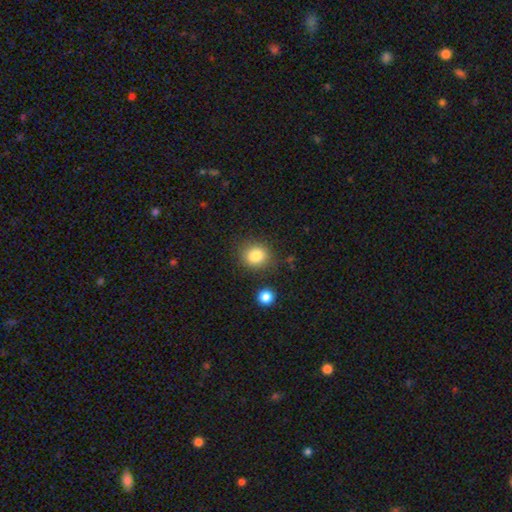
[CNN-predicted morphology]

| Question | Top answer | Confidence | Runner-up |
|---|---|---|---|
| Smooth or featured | smooth | 84% | star or artifact (10%) |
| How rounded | round | 78% | in between (21%) |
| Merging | none | 82% | minor disturbance (10%) |